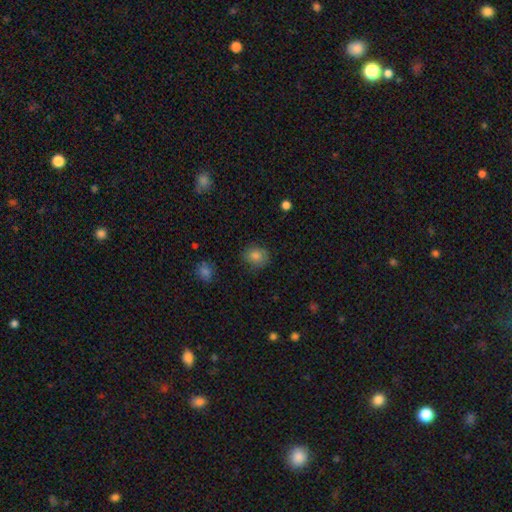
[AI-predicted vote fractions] Smooth or featured? Predicted: smooth (p=0.81). How rounded? Predicted: round (p=0.76). Merging? Predicted: none (p=0.81).